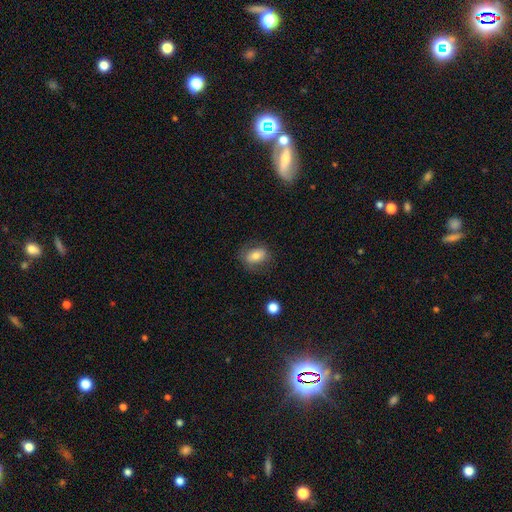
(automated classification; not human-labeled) This appears to be a smooth galaxy with no disk features (71%) that is in between round and cigar-shaped (73%). Merging: none (73%).